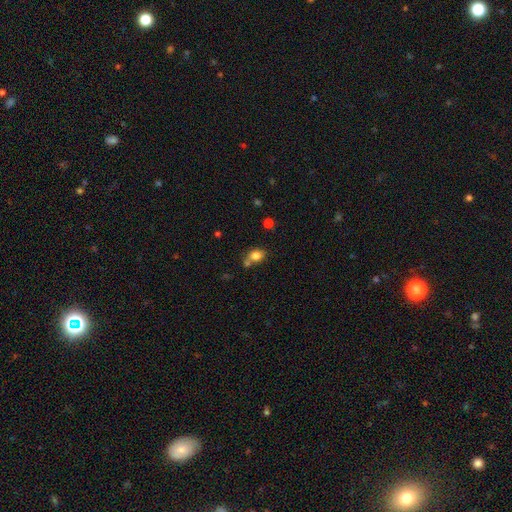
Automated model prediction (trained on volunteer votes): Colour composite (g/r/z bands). It shows a smooth galaxy with no disk features (81%) that is in between round and cigar-shaped (58%). Merging: none (55%).